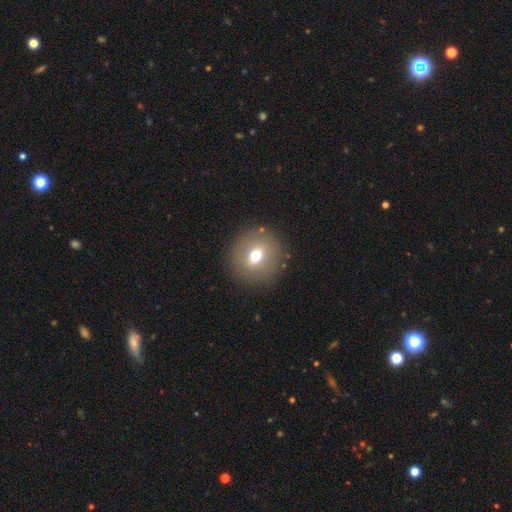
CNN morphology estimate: smooth-or-featured: smooth: 62% | featured or disk: 27% | star or artifact: 11%
  how-rounded: round: 84% | in between: 15% | cigar-shaped: 1%
  merging: none: 86% | minor disturbance: 8% | major disturbance: 4% | merger: 2%